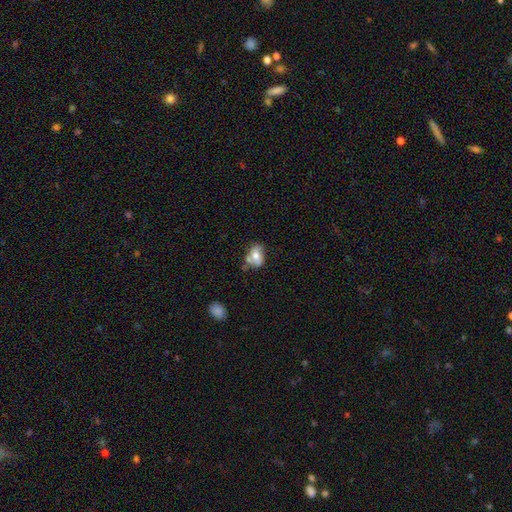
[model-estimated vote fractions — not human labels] Morphology: type=smooth (62%); roundness=in between (74%); merging=none (44%).